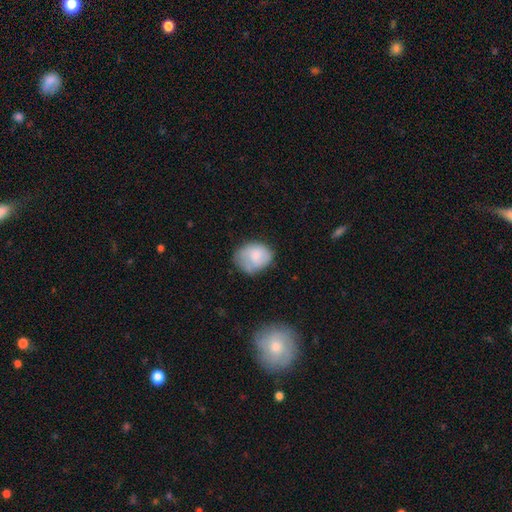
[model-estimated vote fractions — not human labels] A smooth galaxy with no disk features (71%) that is in between round and cigar-shaped (50%). Merging: none (47%).